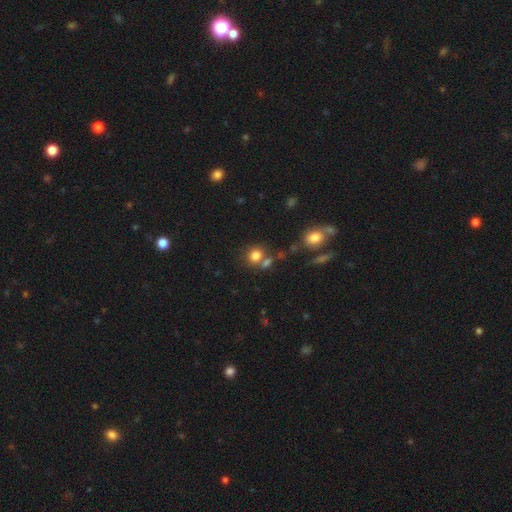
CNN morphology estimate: Smooth or featured? Predicted: smooth (p=0.80). How rounded? Predicted: round (p=0.77). Merging? Predicted: none (p=0.59).